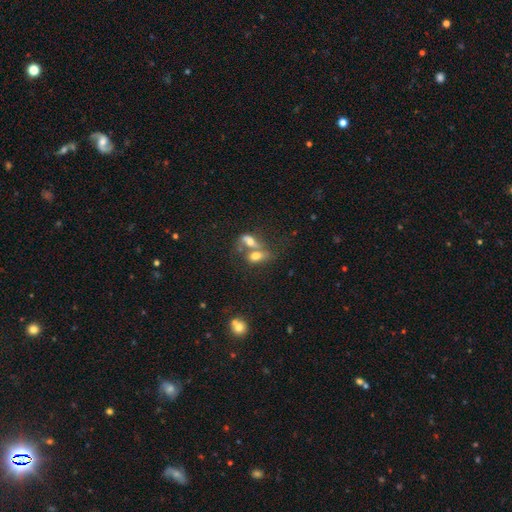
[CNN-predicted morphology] Smooth or featured: smooth — 64% (featured or disk — 24%)
How rounded: in between — 76% (round — 14%)
Merging: merger — 66% (none — 21%)